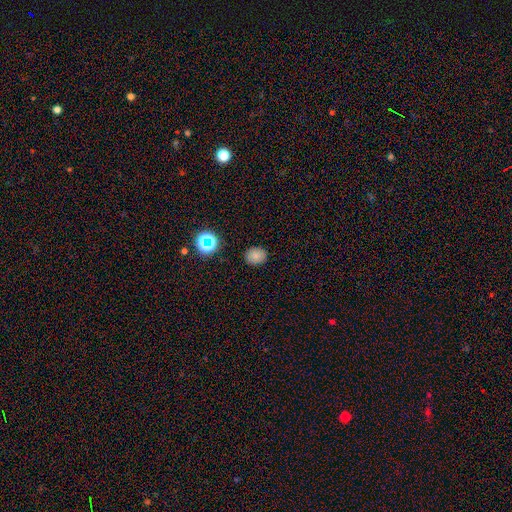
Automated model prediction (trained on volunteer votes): Q: Smooth or featured?
A: smooth (78%); runner-up: star or artifact (15%)
Q: How rounded?
A: round (60%); runner-up: in between (39%)
Q: Merging?
A: none (88%); runner-up: minor disturbance (8%)